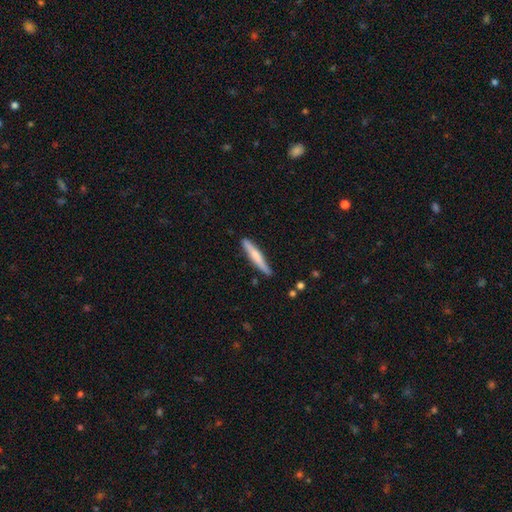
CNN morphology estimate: Q: Smooth or featured?
A: smooth (61%); runner-up: featured or disk (34%)
Q: How rounded?
A: cigar-shaped (93%); runner-up: in between (6%)
Q: Merging?
A: none (84%); runner-up: minor disturbance (12%)